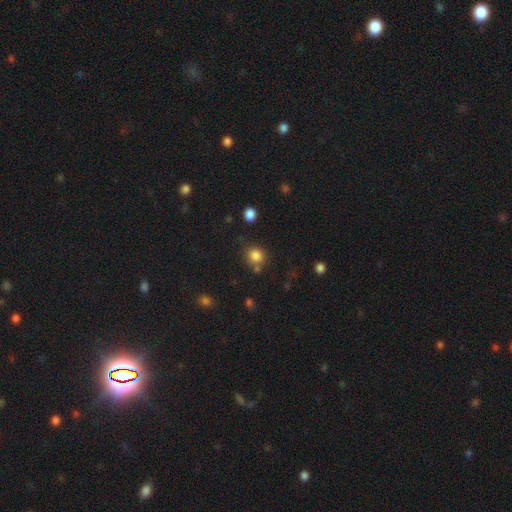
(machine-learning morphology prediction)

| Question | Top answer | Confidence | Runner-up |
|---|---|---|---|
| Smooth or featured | smooth | 83% | star or artifact (12%) |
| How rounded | round | 85% | in between (14%) |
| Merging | none | 73% | minor disturbance (12%) |